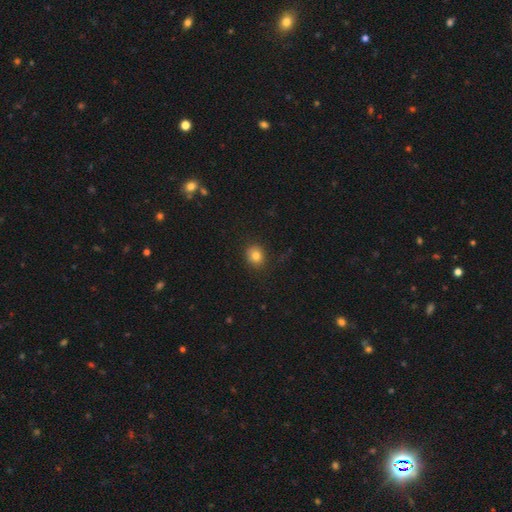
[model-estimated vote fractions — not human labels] smooth_or_featured: smooth (p=0.81) [alt: star or artifact p=0.12]
how_rounded: round (p=0.76) [alt: in between p=0.23]
merging: none (p=0.82) [alt: minor disturbance p=0.12]